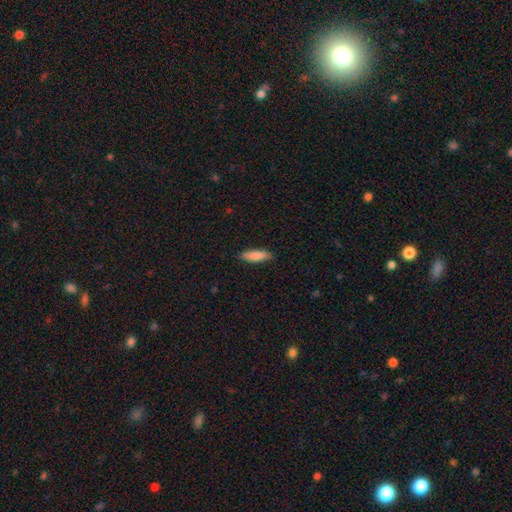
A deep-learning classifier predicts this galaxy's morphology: smooth-or-featured: smooth: 85% | featured or disk: 9% | star or artifact: 6%
  how-rounded: cigar-shaped: 54% | in between: 44% | round: 2%
  merging: none: 84% | minor disturbance: 13% | major disturbance: 2% | merger: 1%